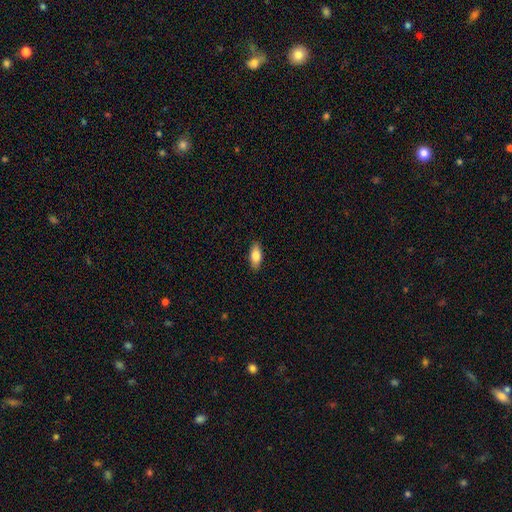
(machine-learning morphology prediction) A smooth galaxy with no disk features (80%) that is in between round and cigar-shaped (85%).

Vote fractions:
- Smooth or featured? smooth: 80% / featured or disk: 14% / star or artifact: 6%
- How rounded? in between: 85% / cigar-shaped: 12% / round: 3%
- Merging? none: 89% / minor disturbance: 8% / major disturbance: 2% / merger: 1%